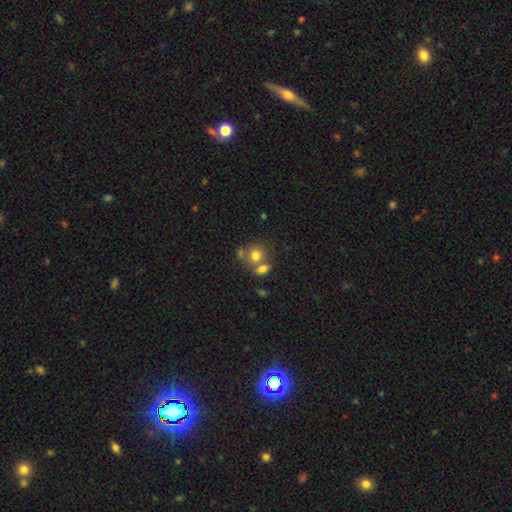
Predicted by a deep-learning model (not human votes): A smooth galaxy with no disk features (74%) that is round (74%). Merging: none (44%).